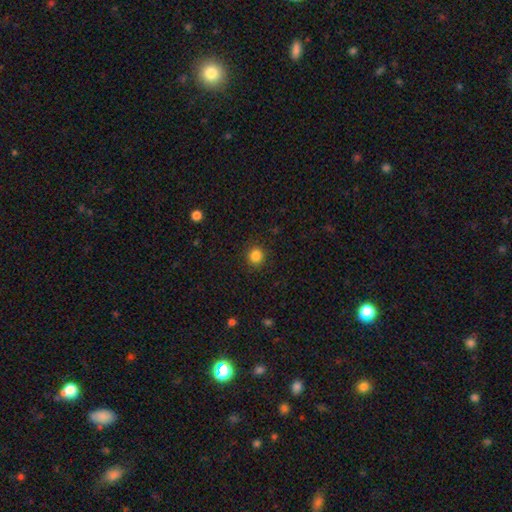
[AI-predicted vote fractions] Smooth or featured? Predicted: smooth (p=0.84). How rounded? Predicted: round (p=0.92). Merging? Predicted: none (p=0.92).